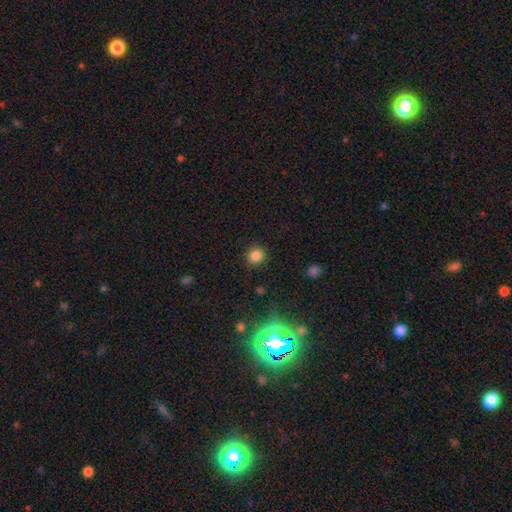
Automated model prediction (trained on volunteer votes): Smooth or featured?
  - smooth: 82% *
  - star or artifact: 14%
  - featured or disk: 4%
How rounded?
  - round: 82% *
  - in between: 17%
  - cigar-shaped: 1%
Merging?
  - none: 88% *
  - minor disturbance: 8%
  - major disturbance: 3%
  - merger: 1%